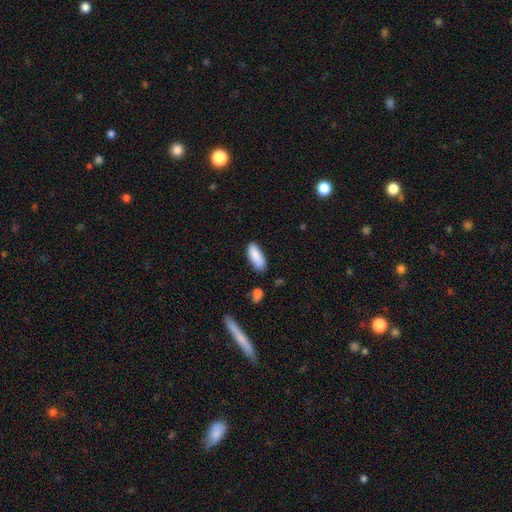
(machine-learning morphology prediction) smooth-or-featured: smooth: 89% | star or artifact: 6% | featured or disk: 5%
  how-rounded: in between: 79% | cigar-shaped: 19% | round: 2%
  merging: none: 80% | minor disturbance: 15% | merger: 3% | major disturbance: 3%